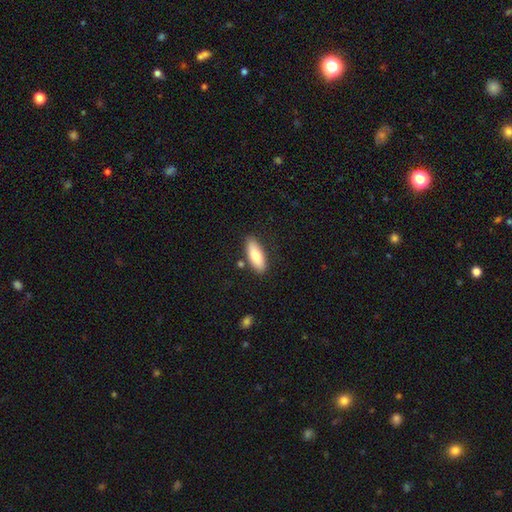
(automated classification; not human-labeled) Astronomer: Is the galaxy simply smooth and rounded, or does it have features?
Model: smooth — 78%.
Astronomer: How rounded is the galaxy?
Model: in between — 67%.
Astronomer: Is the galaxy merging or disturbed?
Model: none — 83%.